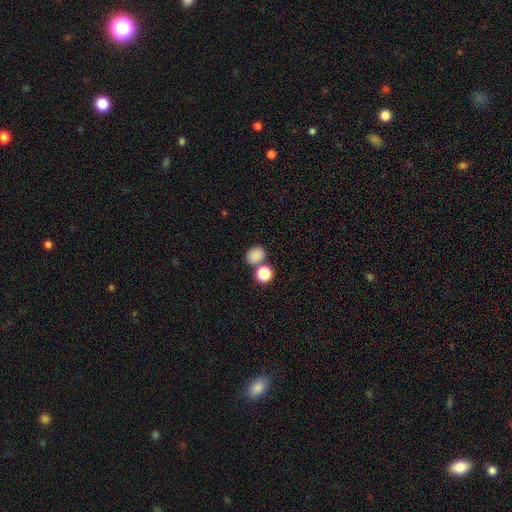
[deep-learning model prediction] The model was most divided on "how rounded": round: 55%, in between: 44%, cigar-shaped: 1%. More confident: smooth or featured — smooth (83%); merging — none (66%).